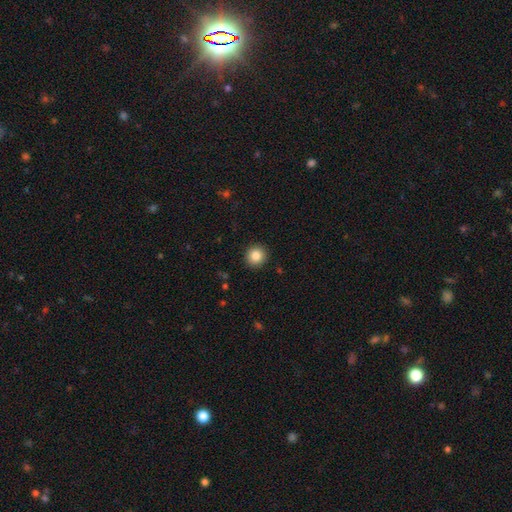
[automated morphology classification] Smooth or featured? Predicted: smooth (p=0.84). How rounded? Predicted: round (p=0.94). Merging? Predicted: none (p=0.92).